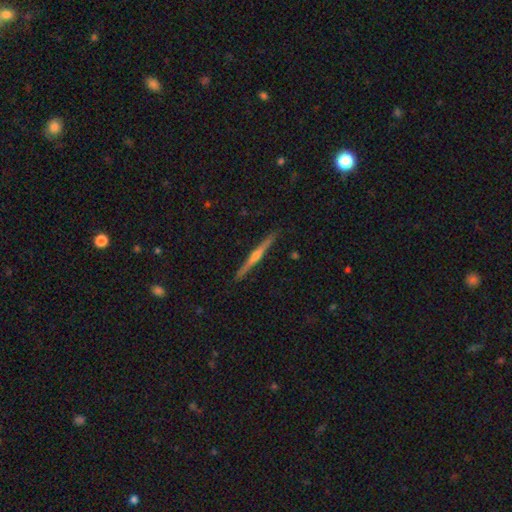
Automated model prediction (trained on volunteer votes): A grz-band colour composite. It shows a featured or disk galaxy (79%) viewed edge-on (98%) with a rounded central bulge (85%). Merging: none (92%).